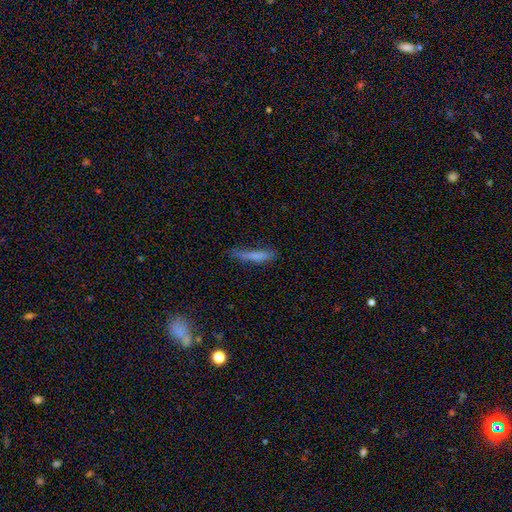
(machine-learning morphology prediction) A smooth galaxy with no disk features (74%) that is cigar-shaped (89%). Merging: none (63%).